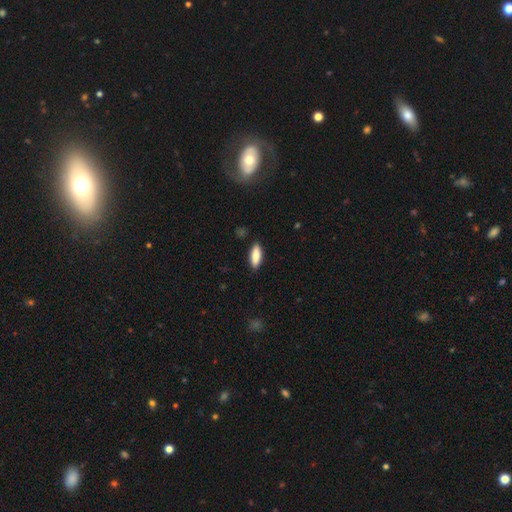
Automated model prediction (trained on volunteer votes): This is clearly a smooth galaxy (85%). How rounded: likely in between (61%). Merging: clearly none (87%).